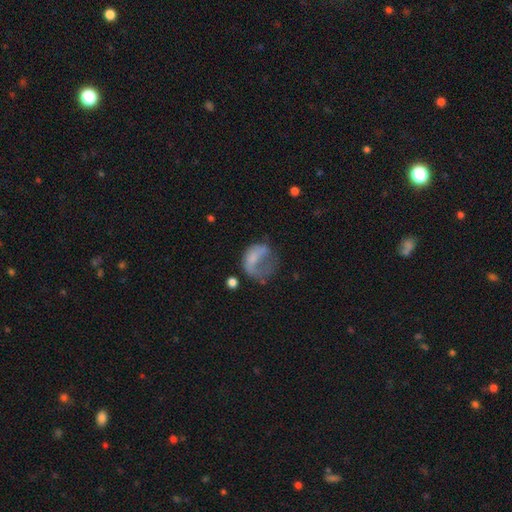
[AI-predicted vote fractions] Smooth or featured? Predicted: smooth (p=0.52). How rounded? Predicted: in between (p=0.55). Merging? Predicted: major disturbance (p=0.56).